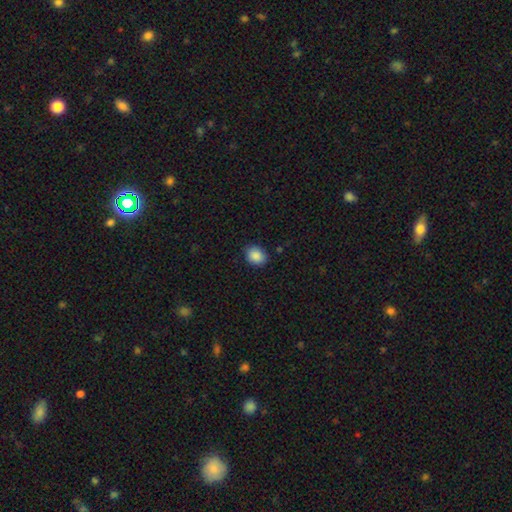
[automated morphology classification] This is clearly a smooth galaxy (88%). How rounded: possibly in between (54%). Merging: clearly none (83%).